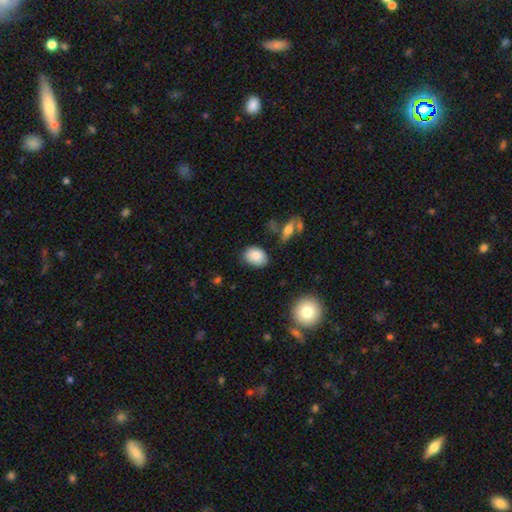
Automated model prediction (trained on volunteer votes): smooth-or-featured: smooth: 85% | star or artifact: 8% | featured or disk: 7%
  how-rounded: in between: 74% | round: 25% | cigar-shaped: 1%
  merging: none: 79% | minor disturbance: 15% | major disturbance: 3% | merger: 3%